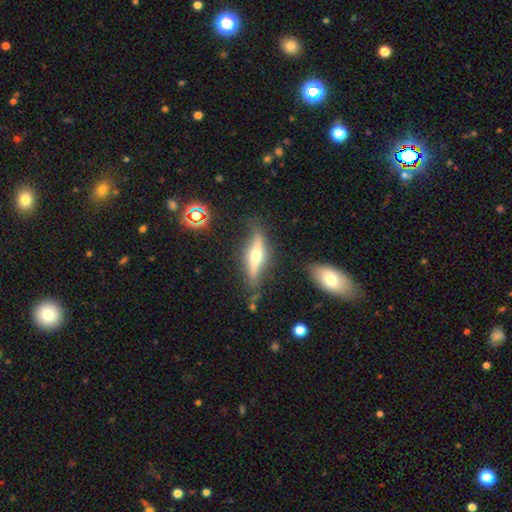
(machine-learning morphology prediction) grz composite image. It shows a featured or disk galaxy (67%) viewed edge-on (91%) with a rounded central bulge (92%). Merging: none (74%).